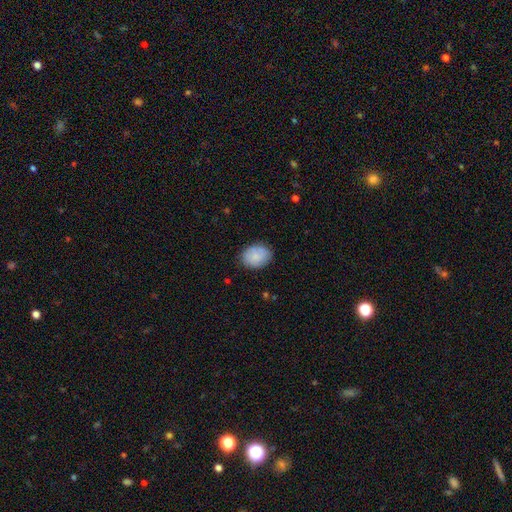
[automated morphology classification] Overall: smooth (82%). How rounded: in between (63%; round 36%). Merging: none (80%).